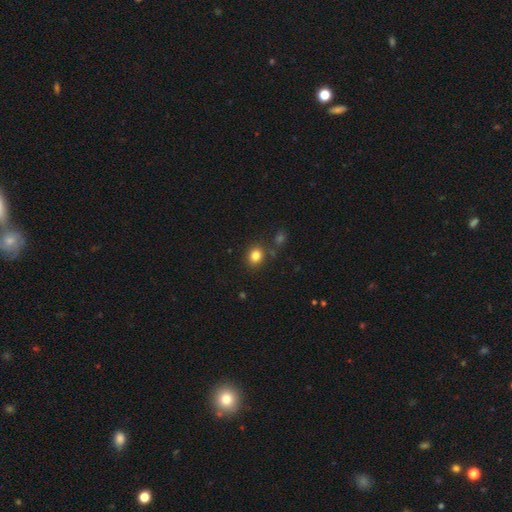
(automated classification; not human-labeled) smooth-or-featured: smooth: 82% | star or artifact: 12% | featured or disk: 6%
  how-rounded: round: 73% | in between: 26% | cigar-shaped: 1%
  merging: none: 81% | minor disturbance: 10% | merger: 6% | major disturbance: 3%